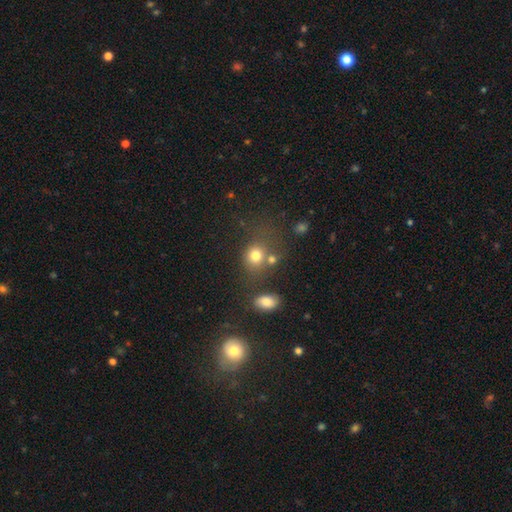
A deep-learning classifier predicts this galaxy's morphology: A smooth galaxy with no disk features (75%) that is round (68%).

Vote fractions:
- Smooth or featured? smooth: 75% / star or artifact: 14% / featured or disk: 10%
- How rounded? round: 68% / in between: 31% / cigar-shaped: 1%
- Merging? none: 52% / merger: 24% / minor disturbance: 14% / major disturbance: 10%